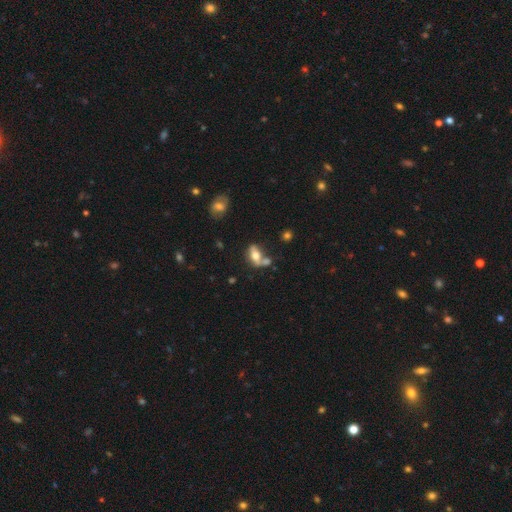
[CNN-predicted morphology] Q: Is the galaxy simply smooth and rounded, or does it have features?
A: smooth — 55%.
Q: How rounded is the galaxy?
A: in between — 78%.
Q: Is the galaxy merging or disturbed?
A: none — 40%.